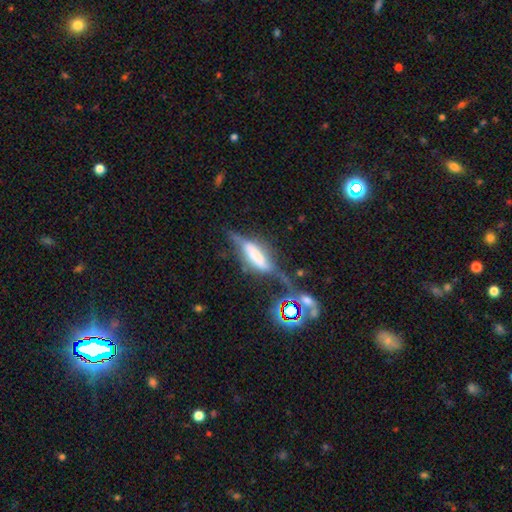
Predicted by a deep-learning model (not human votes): Morphology: type=featured or disk (48%); merging=none (31%).